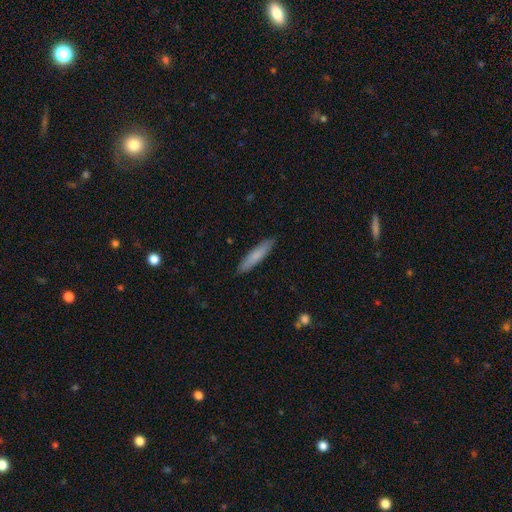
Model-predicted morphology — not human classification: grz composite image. It shows a smooth galaxy with no disk features (80%) that is cigar-shaped (85%). Merging: none (90%).